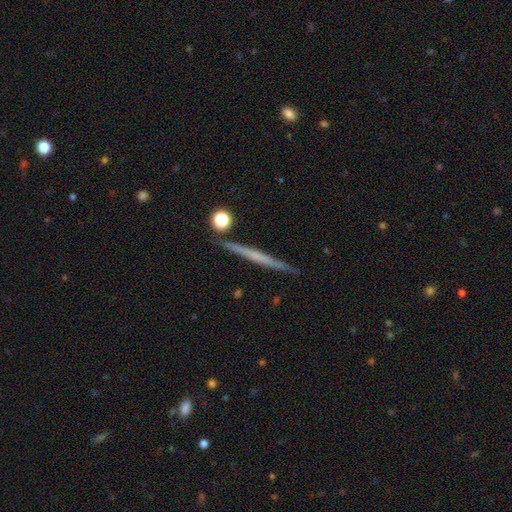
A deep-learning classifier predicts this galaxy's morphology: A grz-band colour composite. It shows a featured or disk galaxy (59%) viewed edge-on (98%) with no central bulge (79%). Merging: none (90%).